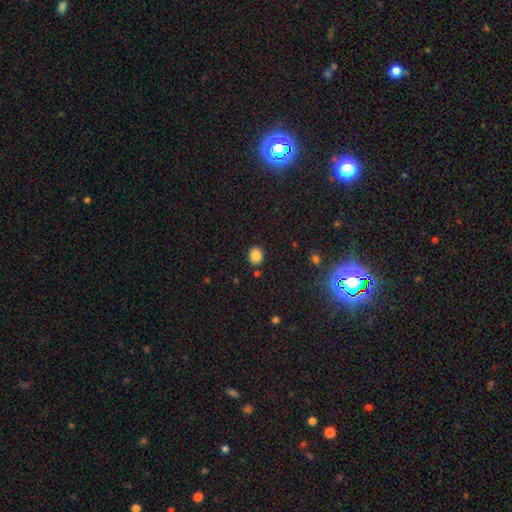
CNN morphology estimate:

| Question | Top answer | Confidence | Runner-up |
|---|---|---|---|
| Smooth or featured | smooth | 83% | star or artifact (11%) |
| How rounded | round | 65% | in between (34%) |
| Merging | none | 86% | minor disturbance (9%) |